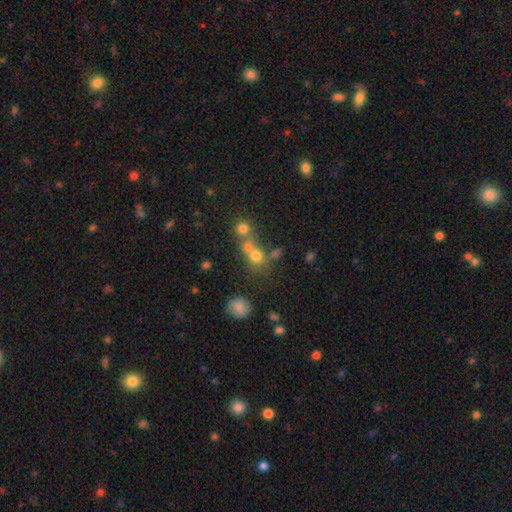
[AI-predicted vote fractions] A smooth galaxy with no disk features (68%) that is round (77%). Merging: merger (48%).